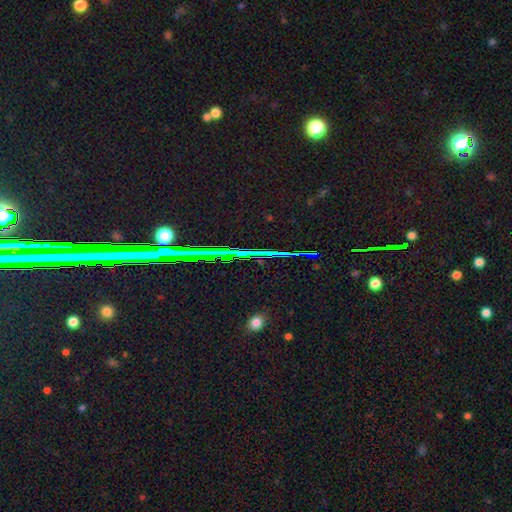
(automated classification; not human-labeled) smooth-or-featured: star or artifact: 71% | smooth: 18% | featured or disk: 11%